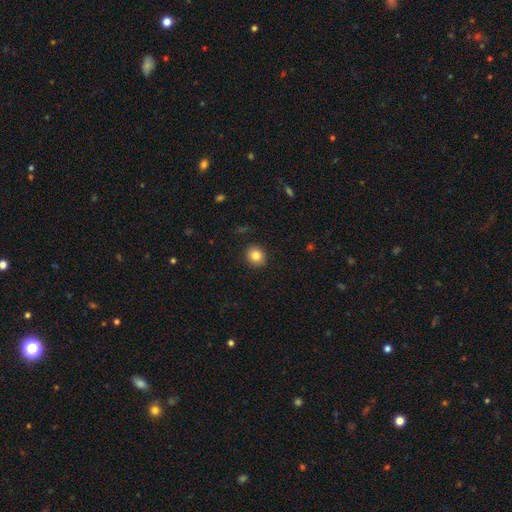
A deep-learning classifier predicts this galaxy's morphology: smooth_or_featured: smooth (p=0.83) [alt: star or artifact p=0.10]
how_rounded: round (p=0.76) [alt: in between p=0.23]
merging: none (p=0.91) [alt: minor disturbance p=0.07]